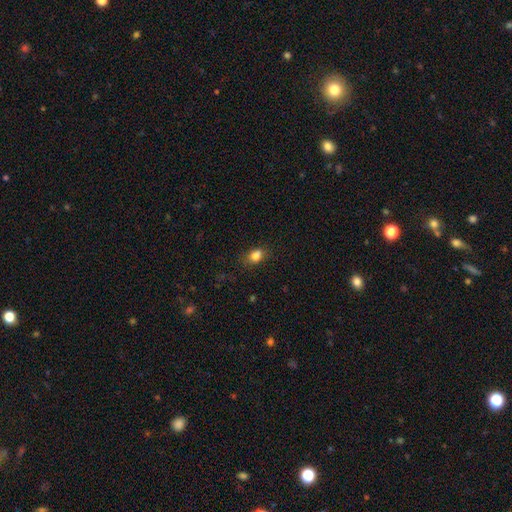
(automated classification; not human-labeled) Q: Smooth or featured?
A: smooth (82%); runner-up: star or artifact (11%)
Q: How rounded?
A: in between (72%); runner-up: round (26%)
Q: Merging?
A: none (70%); runner-up: minor disturbance (19%)